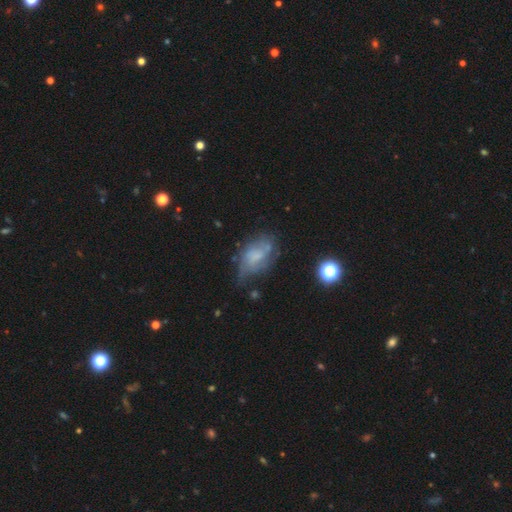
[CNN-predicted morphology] Overall: featured or disk (53%; smooth 35%). Edge-on disk: no (95%). Bar: no (66%; weak 28%). Spiral arms: yes (58%; no 42%). Bulge size: none (47%; small 25%). Merging: none (42%; minor disturbance 31%).